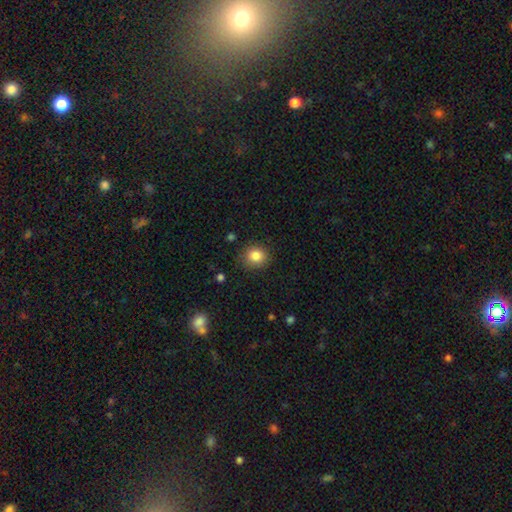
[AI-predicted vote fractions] The model was most divided on "how rounded": round: 78%, in between: 21%, cigar-shaped: 1%. More confident: smooth or featured — smooth (85%); merging — none (84%).